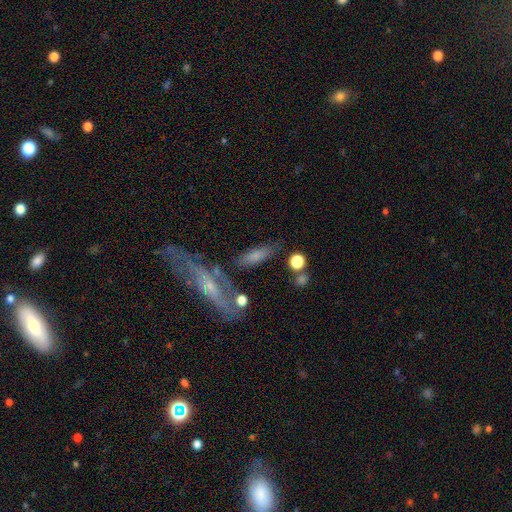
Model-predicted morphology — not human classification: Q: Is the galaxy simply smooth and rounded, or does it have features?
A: smooth — 71%.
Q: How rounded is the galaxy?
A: cigar-shaped — 54%.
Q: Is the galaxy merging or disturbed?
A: none — 65%.